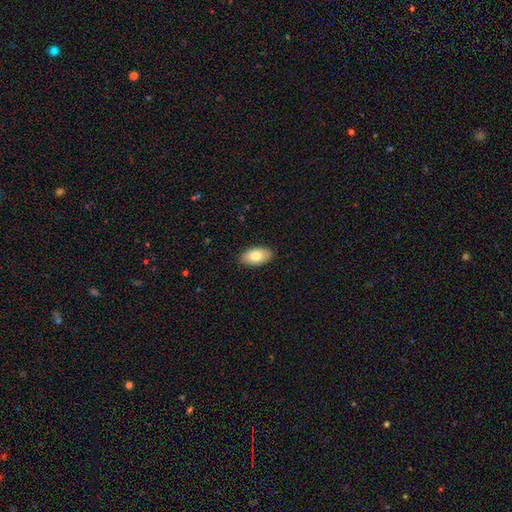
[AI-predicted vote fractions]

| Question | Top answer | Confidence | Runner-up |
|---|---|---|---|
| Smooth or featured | smooth | 78% | featured or disk (16%) |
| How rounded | in between | 95% | round (4%) |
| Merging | none | 89% | minor disturbance (9%) |